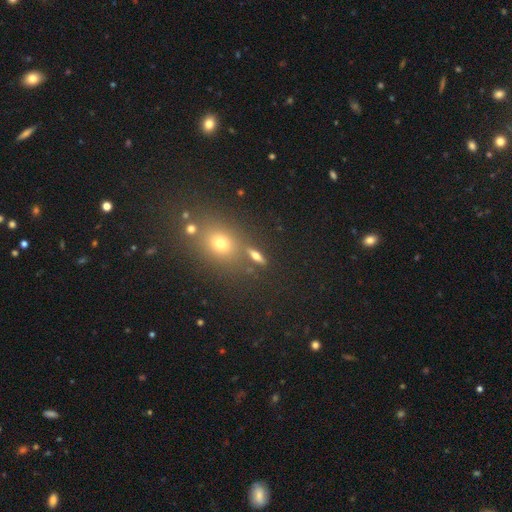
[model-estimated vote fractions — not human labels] Smooth or featured: smooth — 54% (featured or disk — 28%)
How rounded: in between — 39% (tied with cigar-shaped — 39%)
Merging: none — 78% (minor disturbance — 10%)